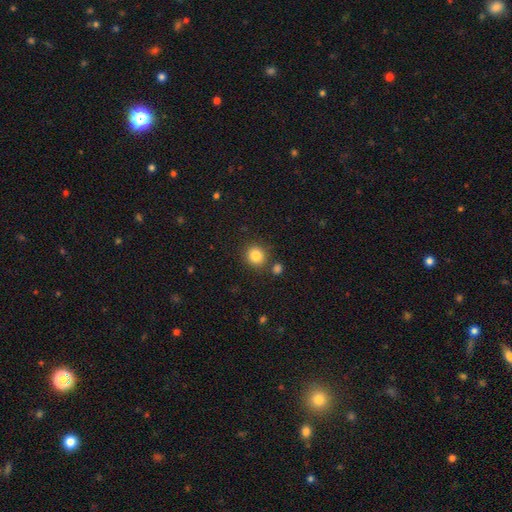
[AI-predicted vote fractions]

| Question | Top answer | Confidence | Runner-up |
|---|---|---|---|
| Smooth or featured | smooth | 84% | star or artifact (11%) |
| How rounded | round | 87% | in between (12%) |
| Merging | none | 83% | minor disturbance (8%) |